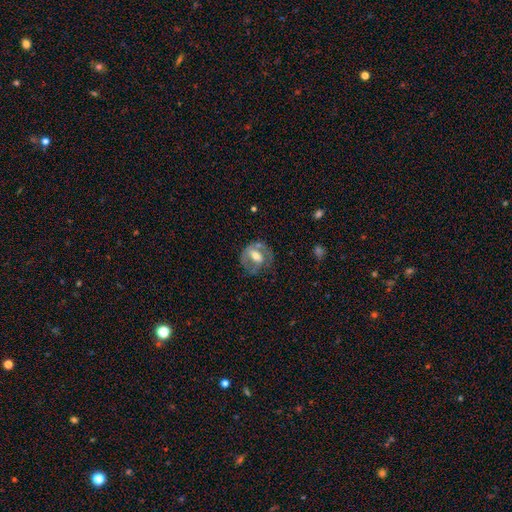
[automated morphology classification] This appears to be a featured or disk galaxy (59%) with a weak bar (40%), spiral arms (51%) and a moderate central bulge (65%). Merging: none (54%).